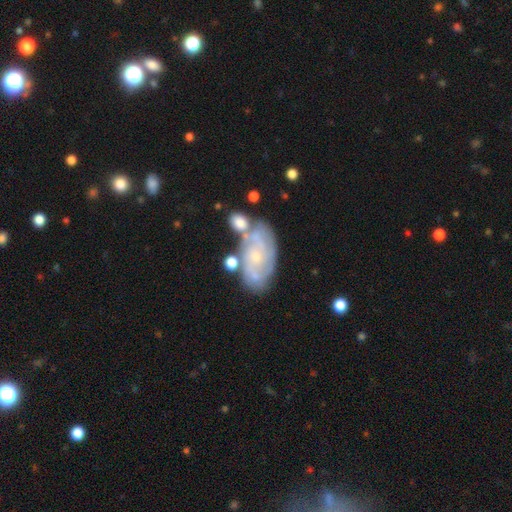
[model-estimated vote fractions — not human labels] This appears to be a featured or disk galaxy (77%) with no bar (77%), tight (61%) spiral arms (88%) and a small central bulge (78%). Merging: none (53%).